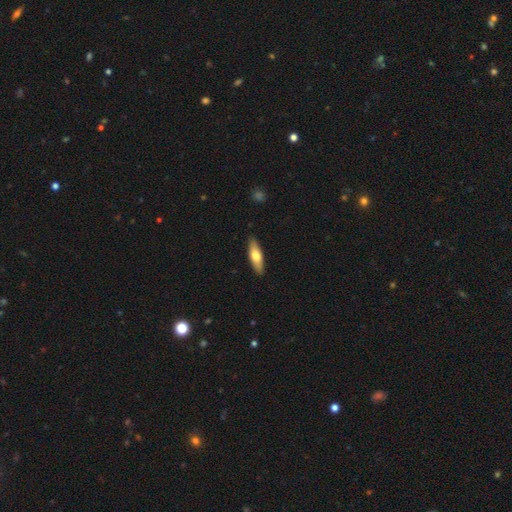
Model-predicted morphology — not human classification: smooth 64%, featured or disk 30%, star or artifact 5%. Down the decision tree: how rounded — cigar-shaped (50%); merging — none (89%).